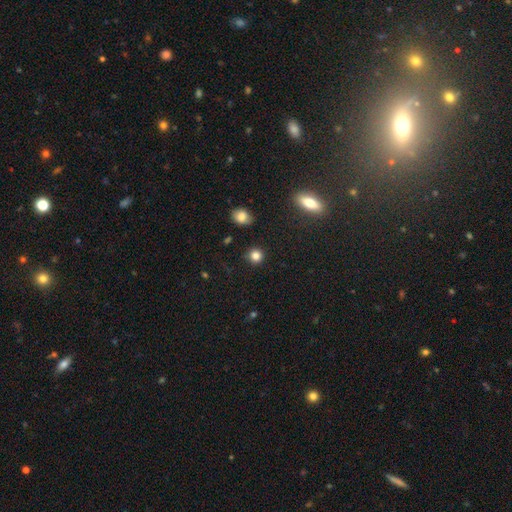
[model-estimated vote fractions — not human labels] smooth-or-featured: smooth: 84% | star or artifact: 12% | featured or disk: 5%
  how-rounded: round: 92% | in between: 7% | cigar-shaped: 1%
  merging: none: 90% | minor disturbance: 6% | major disturbance: 2% | merger: 2%